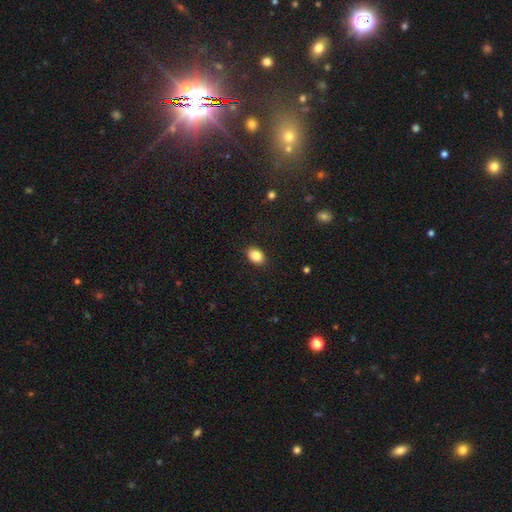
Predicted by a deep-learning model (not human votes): Smooth or featured: smooth — 86% (star or artifact — 8%)
How rounded: in between — 82% (round — 17%)
Merging: none — 89% (minor disturbance — 8%)